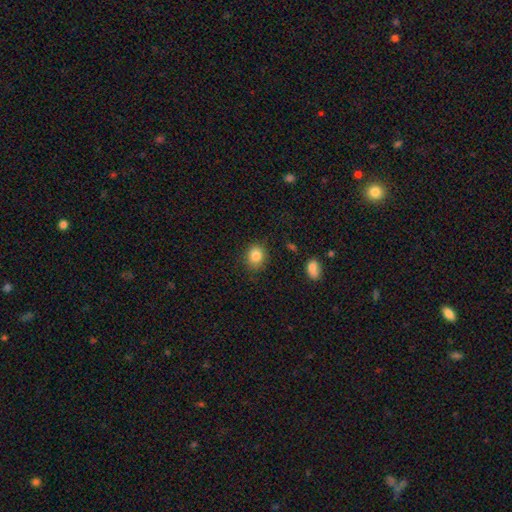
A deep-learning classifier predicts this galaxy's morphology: smooth-or-featured: smooth: 84% | star or artifact: 10% | featured or disk: 6%
  how-rounded: round: 66% | in between: 33% | cigar-shaped: 1%
  merging: none: 84% | minor disturbance: 12% | major disturbance: 3% | merger: 2%